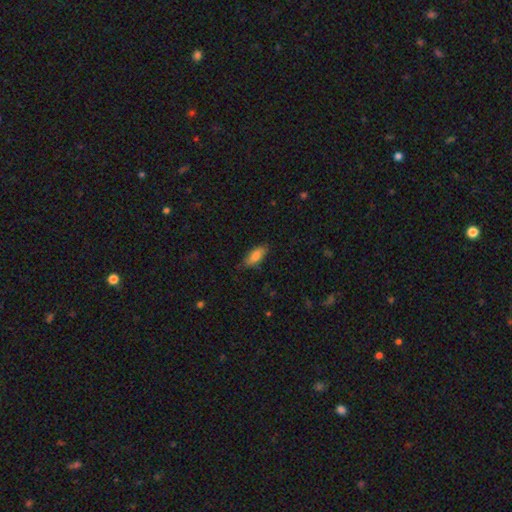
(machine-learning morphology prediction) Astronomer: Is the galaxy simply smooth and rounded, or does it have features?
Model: smooth — 79%.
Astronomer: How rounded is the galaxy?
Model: in between — 81%.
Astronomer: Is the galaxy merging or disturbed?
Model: none — 77%.